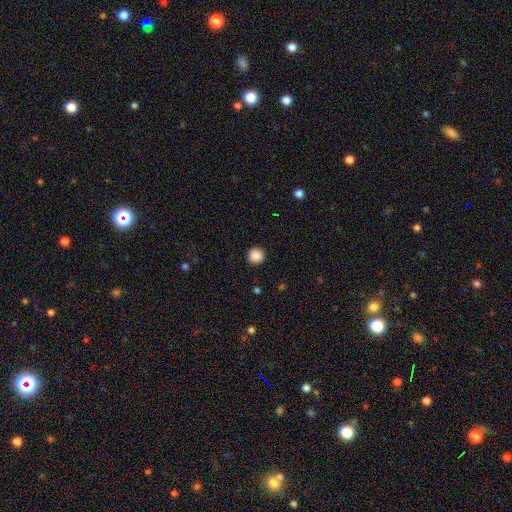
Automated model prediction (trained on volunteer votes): Q: Smooth or featured?
A: smooth (89%); runner-up: star or artifact (9%)
Q: How rounded?
A: round (95%); runner-up: in between (4%)
Q: Merging?
A: none (93%); runner-up: minor disturbance (5%)